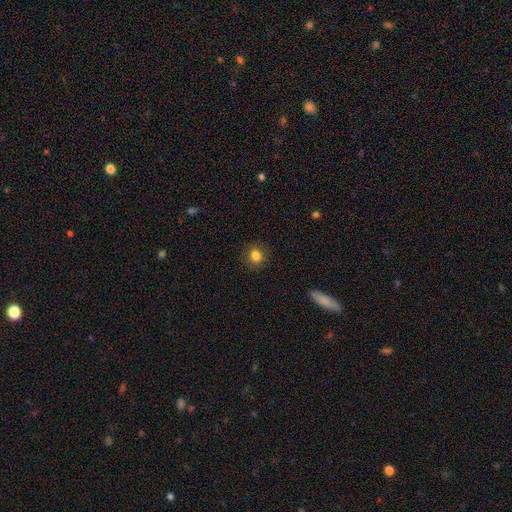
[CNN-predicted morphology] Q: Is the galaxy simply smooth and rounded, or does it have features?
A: smooth — 82%.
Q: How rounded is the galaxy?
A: round — 75%.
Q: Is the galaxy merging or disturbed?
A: none — 88%.